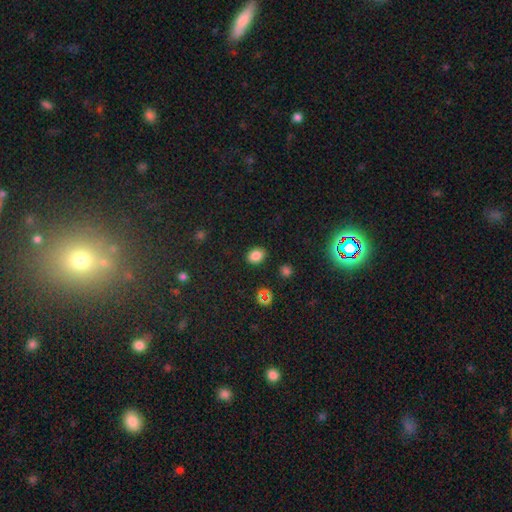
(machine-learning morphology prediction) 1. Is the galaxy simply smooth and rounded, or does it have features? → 82% smooth, 13% star or artifact, 5% featured or disk.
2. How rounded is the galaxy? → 58% in between, 41% round, 1% cigar-shaped.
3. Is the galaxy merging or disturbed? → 86% none, 9% minor disturbance, 3% major disturbance, 2% merger.